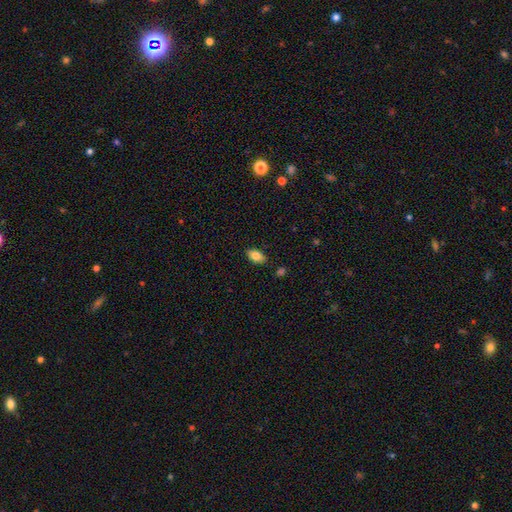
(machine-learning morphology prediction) smooth-or-featured: smooth: 83% | featured or disk: 9% | star or artifact: 8%
  how-rounded: in between: 92% | round: 4% | cigar-shaped: 4%
  merging: none: 84% | minor disturbance: 11% | merger: 2% | major disturbance: 2%